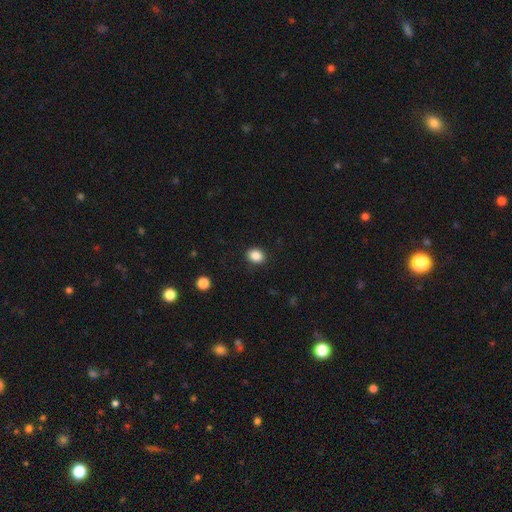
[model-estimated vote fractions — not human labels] Morphology: type=smooth (87%); roundness=round (50%); merging=none (89%).